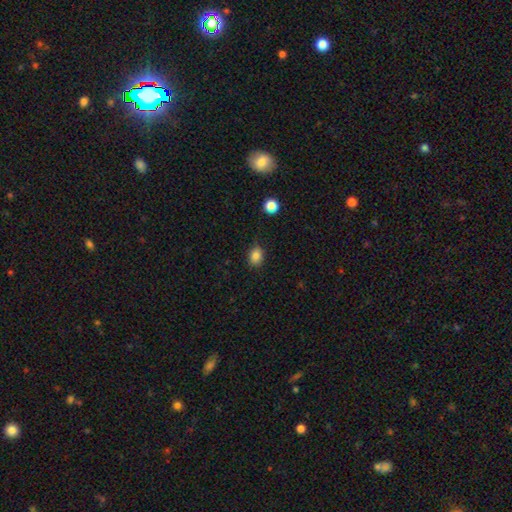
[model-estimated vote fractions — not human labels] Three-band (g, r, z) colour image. It shows a smooth galaxy with no disk features (85%) that is in between round and cigar-shaped (50%). Merging: none (81%).